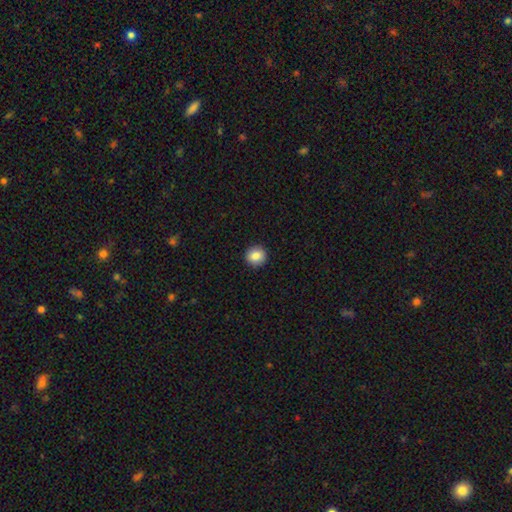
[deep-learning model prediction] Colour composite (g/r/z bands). It shows a smooth galaxy with no disk features (85%) that is round (91%). Merging: none (92%).